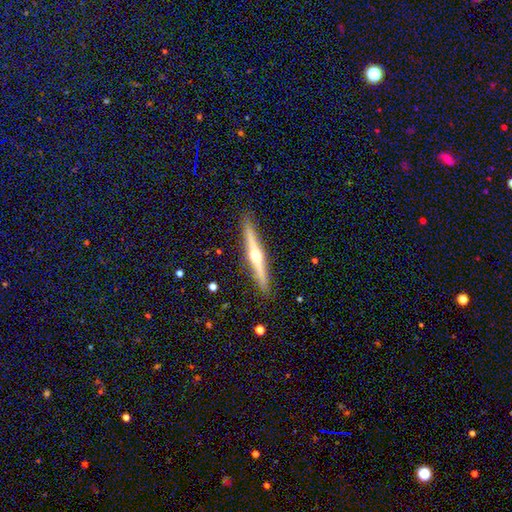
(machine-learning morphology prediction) Smooth or featured? featured or disk (71%)
Edge-on disk? yes (98%)
Edge-on bulge? rounded (93%)
Merging? none (90%)